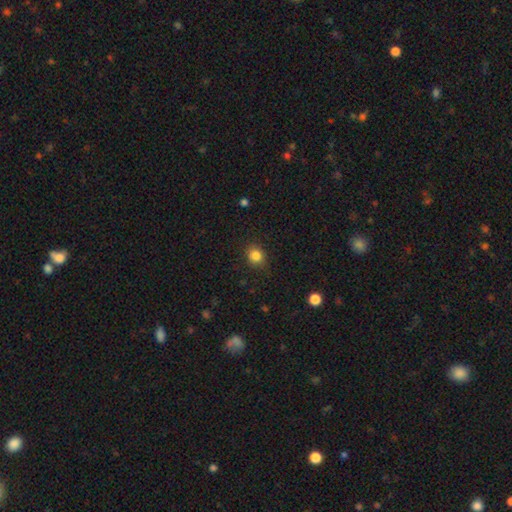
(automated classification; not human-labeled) The model was most divided on "how rounded": round: 74%, in between: 25%, cigar-shaped: 1%. More confident: merging — none (85%); smooth or featured — smooth (83%).